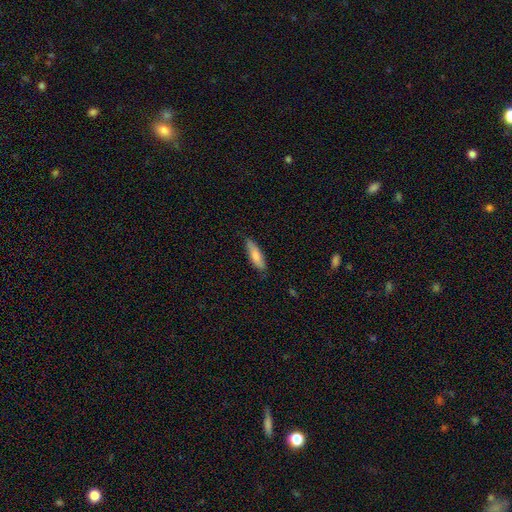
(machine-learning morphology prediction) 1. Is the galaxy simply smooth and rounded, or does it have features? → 76% smooth, 18% featured or disk, 6% star or artifact.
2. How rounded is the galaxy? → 58% cigar-shaped, 41% in between, 2% round.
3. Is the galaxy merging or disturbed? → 81% none, 16% minor disturbance, 2% major disturbance, 1% merger.